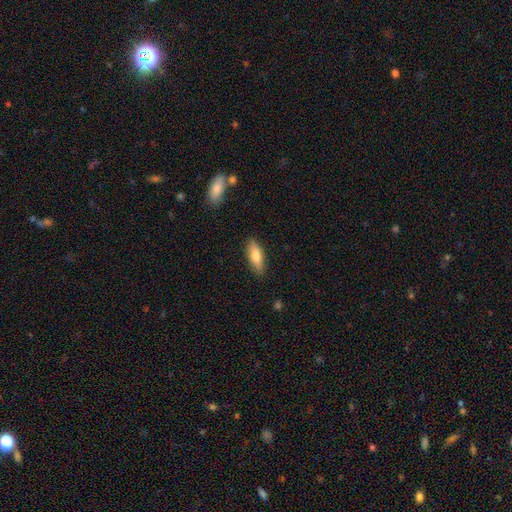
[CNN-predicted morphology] Smooth or featured? smooth (70%)
How rounded? in between (61%)
Merging? none (86%)